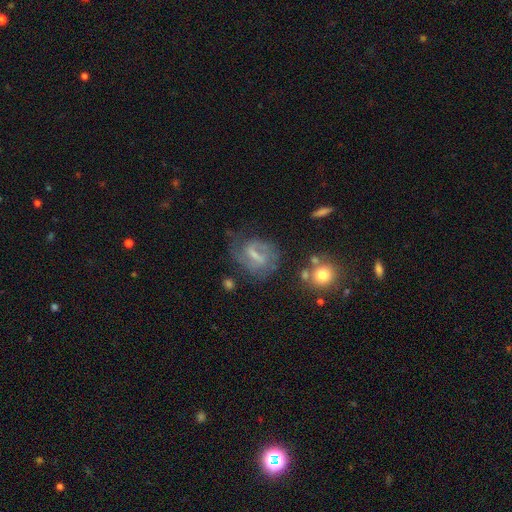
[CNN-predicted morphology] Smooth or featured? featured or disk (65%)
Edge-on disk? no (95%)
Bar? weak (46%)
Spiral arms? yes (73%)
Bulge size? small (38%)
Merging? none (51%)